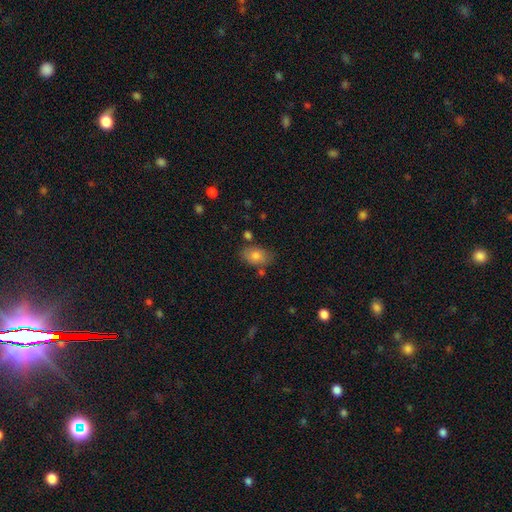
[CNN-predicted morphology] A smooth galaxy with no disk features (78%) that is in between round and cigar-shaped (83%). Merging: none (71%).